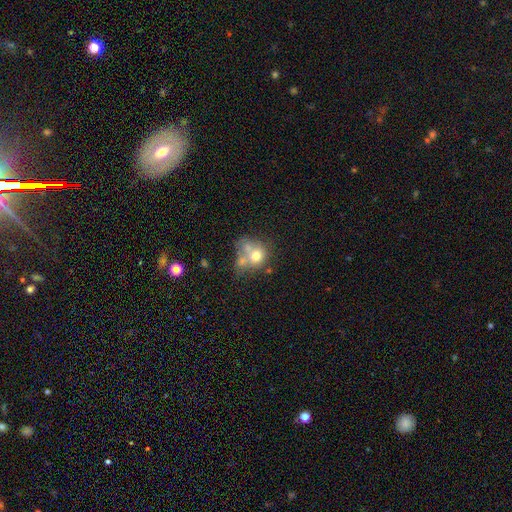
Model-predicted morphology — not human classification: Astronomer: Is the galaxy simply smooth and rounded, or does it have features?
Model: smooth — 65%.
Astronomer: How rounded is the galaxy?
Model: round — 64%.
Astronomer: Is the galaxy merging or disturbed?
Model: merger — 52%.